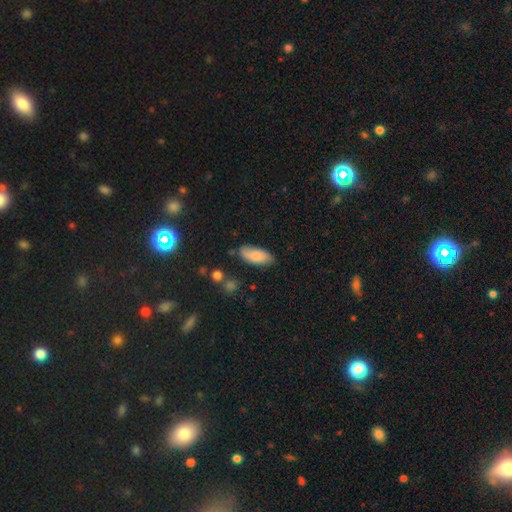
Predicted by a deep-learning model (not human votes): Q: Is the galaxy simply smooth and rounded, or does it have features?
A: smooth — 76%.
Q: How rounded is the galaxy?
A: in between — 85%.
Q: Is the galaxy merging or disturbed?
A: none — 75%.